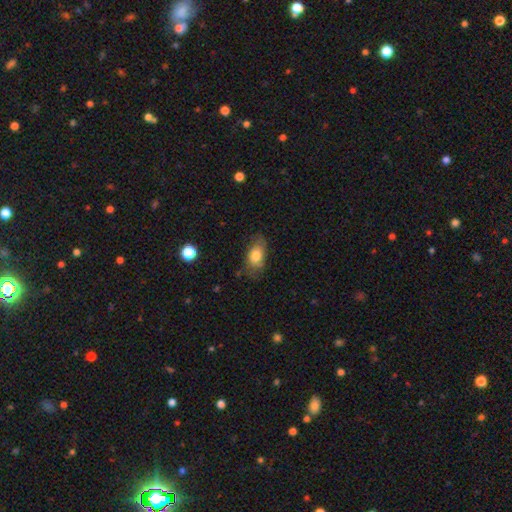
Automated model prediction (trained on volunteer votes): Smooth or featured: smooth — 74% (featured or disk — 18%)
How rounded: in between — 87% (round — 10%)
Merging: none — 65% (minor disturbance — 25%)